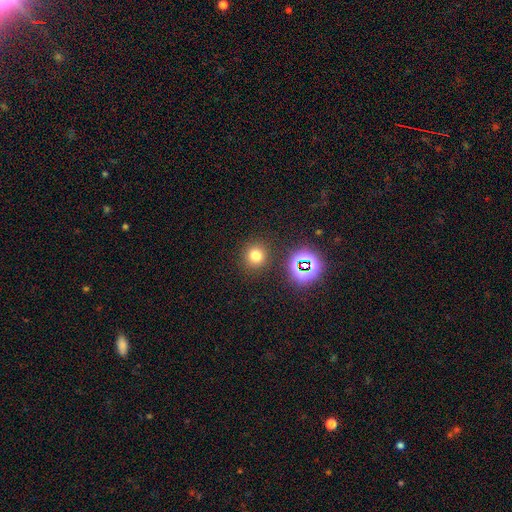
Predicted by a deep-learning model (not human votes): Smooth or featured: smooth — 72% (star or artifact — 21%)
How rounded: round — 91% (in between — 8%)
Merging: none — 88% (minor disturbance — 6%)